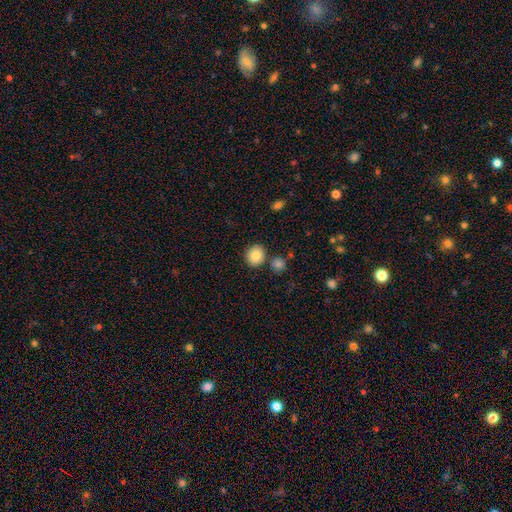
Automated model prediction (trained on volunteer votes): Smooth or featured: smooth — 86% (star or artifact — 8%)
How rounded: round — 80% (in between — 19%)
Merging: none — 81% (minor disturbance — 9%)